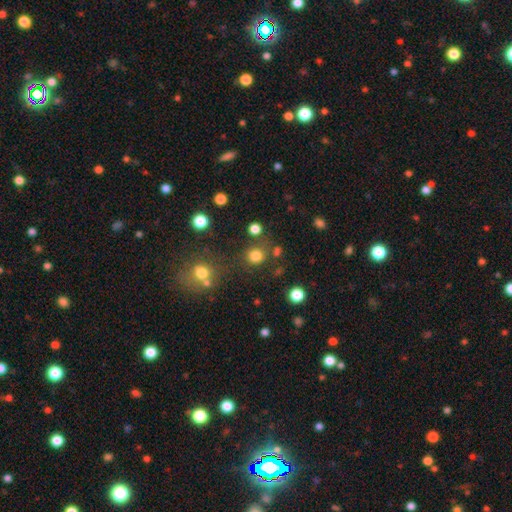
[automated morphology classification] Smooth or featured? Predicted: smooth (p=0.80). How rounded? Predicted: round (p=0.90). Merging? Predicted: none (p=0.78).